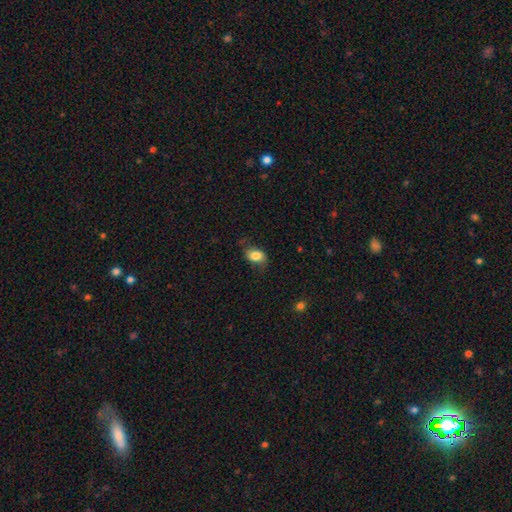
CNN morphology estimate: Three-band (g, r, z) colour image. It shows a smooth galaxy with no disk features (81%) that is in between round and cigar-shaped (81%). Merging: none (66%).